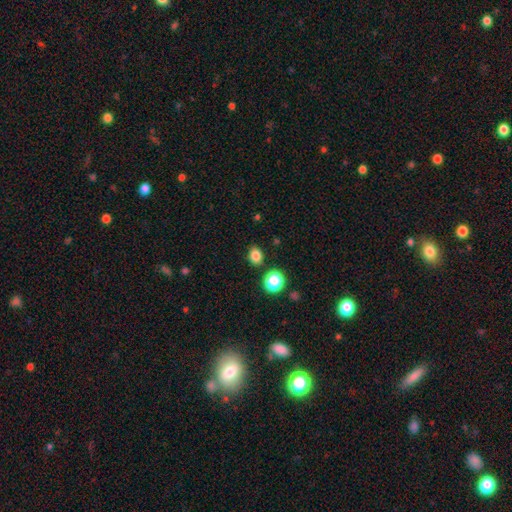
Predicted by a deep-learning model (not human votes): Morphology: type=smooth (83%); roundness=in between (51%); merging=none (84%).